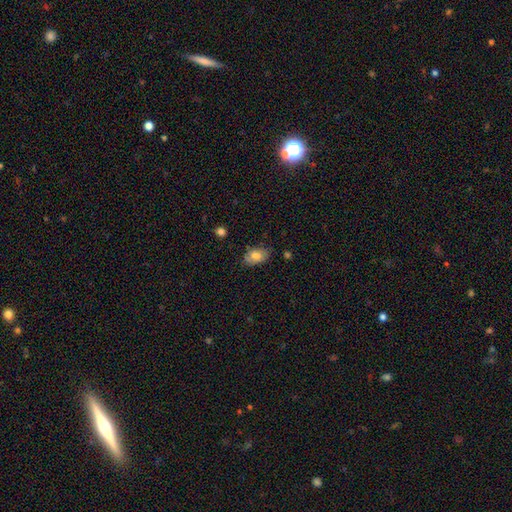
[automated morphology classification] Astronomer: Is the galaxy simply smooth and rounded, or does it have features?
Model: smooth — 76%.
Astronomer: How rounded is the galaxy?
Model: in between — 89%.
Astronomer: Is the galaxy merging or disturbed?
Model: none — 73%.